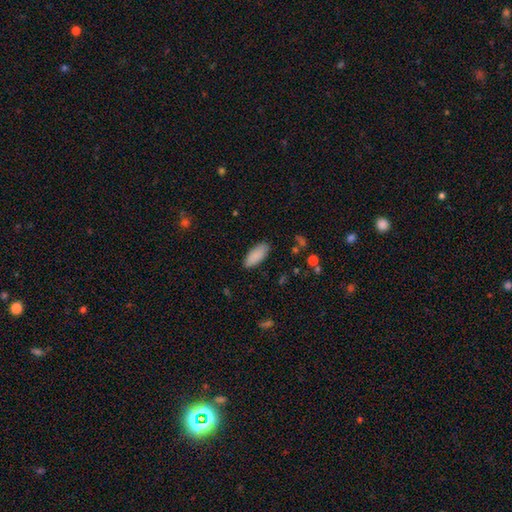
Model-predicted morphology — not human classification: A smooth galaxy with no disk features (89%) that is in between round and cigar-shaped (85%).

Vote fractions:
- Smooth or featured? smooth: 89% / star or artifact: 6% / featured or disk: 5%
- How rounded? in between: 85% / cigar-shaped: 13% / round: 2%
- Merging? none: 87% / minor disturbance: 10% / major disturbance: 2% / merger: 1%